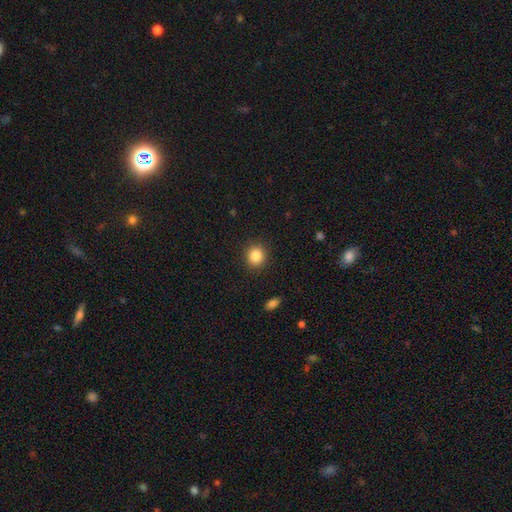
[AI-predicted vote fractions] Overall: smooth (85%). How rounded: round (85%). Merging: none (90%).